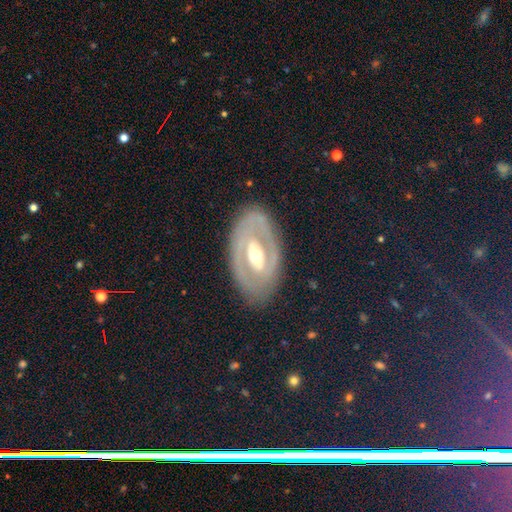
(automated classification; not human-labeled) Smooth or featured? featured or disk (77%)
Edge-on disk? no (92%)
Bar? no (36%)
Spiral arms? no (55%)
Bulge size? moderate (70%)
Merging? none (81%)